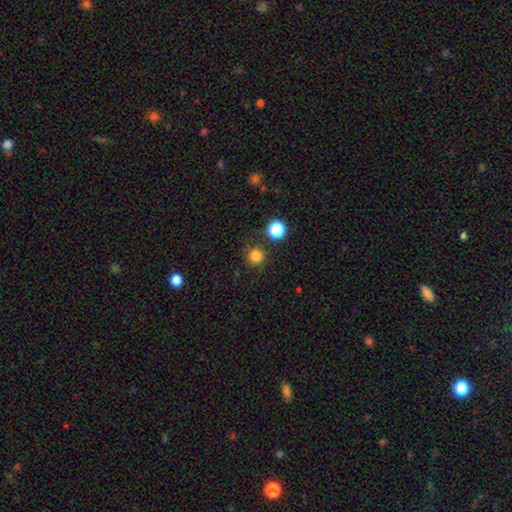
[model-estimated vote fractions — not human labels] Overall: smooth (81%). How rounded: round (95%). Merging: none (85%).